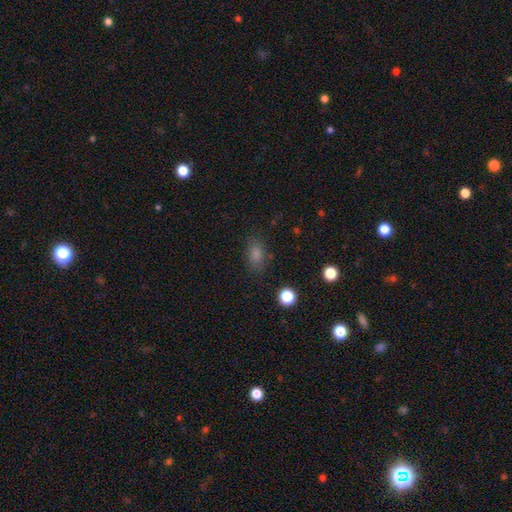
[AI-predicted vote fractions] smooth-or-featured: smooth: 74% | star or artifact: 19% | featured or disk: 7%
  how-rounded: in between: 80% | round: 16% | cigar-shaped: 4%
  merging: none: 84% | minor disturbance: 11% | major disturbance: 3% | merger: 2%